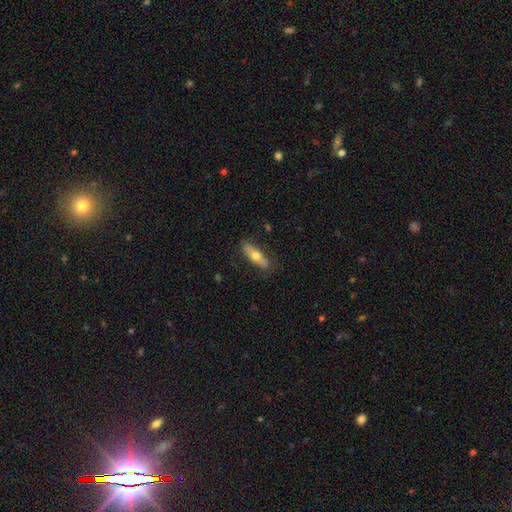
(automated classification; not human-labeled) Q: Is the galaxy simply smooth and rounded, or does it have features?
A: smooth — 58%.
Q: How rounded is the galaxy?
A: cigar-shaped — 55%.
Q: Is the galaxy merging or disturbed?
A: none — 82%.